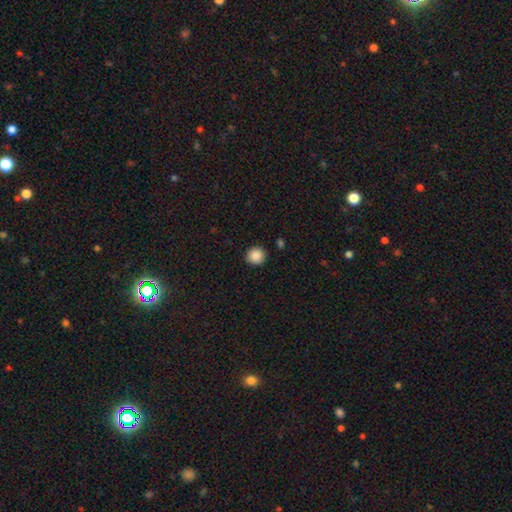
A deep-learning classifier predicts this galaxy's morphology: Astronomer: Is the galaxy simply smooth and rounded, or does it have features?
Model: smooth — 88%.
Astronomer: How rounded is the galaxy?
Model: round — 91%.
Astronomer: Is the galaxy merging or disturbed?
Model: none — 90%.